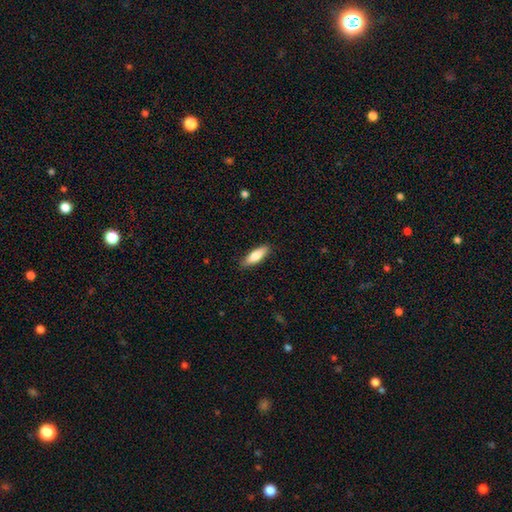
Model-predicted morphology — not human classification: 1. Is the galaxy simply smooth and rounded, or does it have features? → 78% smooth, 16% featured or disk, 6% star or artifact.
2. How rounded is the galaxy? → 51% in between, 47% cigar-shaped, 2% round.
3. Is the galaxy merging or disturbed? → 87% none, 10% minor disturbance, 2% major disturbance, 1% merger.